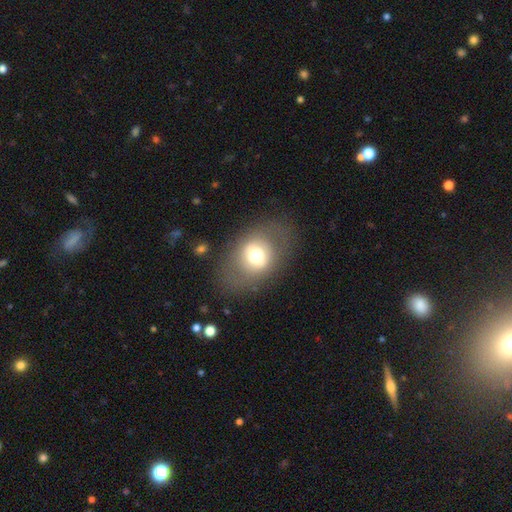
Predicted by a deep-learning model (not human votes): This is possibly a smooth galaxy (59%). How rounded: likely in between (68%). Merging: likely none (75%).